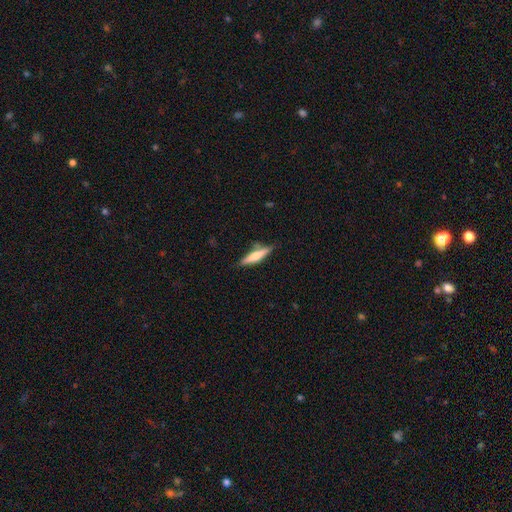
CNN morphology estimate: Smooth or featured? Predicted: smooth (p=0.55). How rounded? Predicted: cigar-shaped (p=0.83). Merging? Predicted: none (p=0.76).